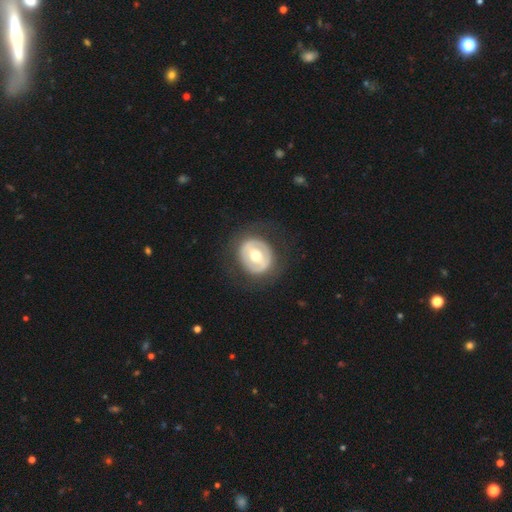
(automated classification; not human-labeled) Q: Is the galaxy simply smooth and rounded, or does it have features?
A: featured or disk — 58%.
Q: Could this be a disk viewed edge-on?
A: no — 95%.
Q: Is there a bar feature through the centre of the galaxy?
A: strong — 39%.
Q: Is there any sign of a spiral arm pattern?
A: no — 80%.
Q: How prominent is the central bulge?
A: moderate — 73%.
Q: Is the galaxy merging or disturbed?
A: none — 78%.